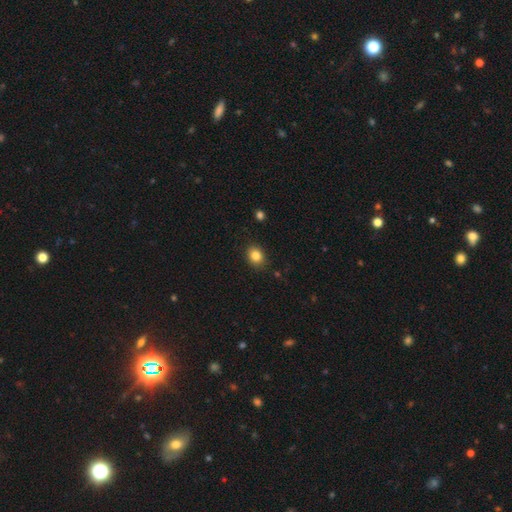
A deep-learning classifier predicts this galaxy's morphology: The model was most divided on "how rounded": round: 55%, in between: 45%, cigar-shaped: 1%. More confident: merging — none (88%); smooth or featured — smooth (83%).